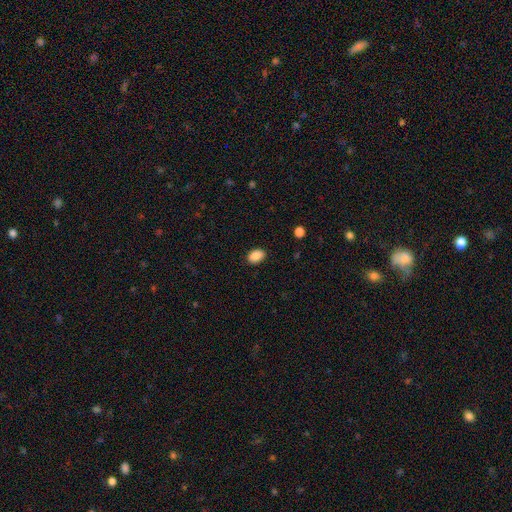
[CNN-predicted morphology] A smooth galaxy with no disk features (88%) that is in between round and cigar-shaped (85%).

Vote fractions:
- Smooth or featured? smooth: 88% / star or artifact: 8% / featured or disk: 4%
- How rounded? in between: 85% / round: 14% / cigar-shaped: 1%
- Merging? none: 88% / minor disturbance: 9% / major disturbance: 2% / merger: 1%